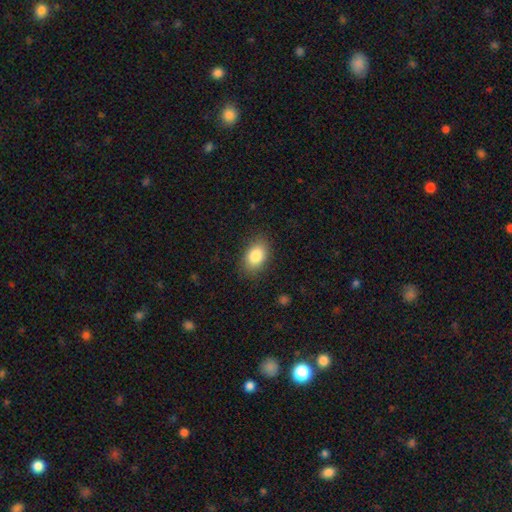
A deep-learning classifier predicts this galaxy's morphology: Smooth or featured? smooth (85%)
How rounded? in between (87%)
Merging? none (84%)